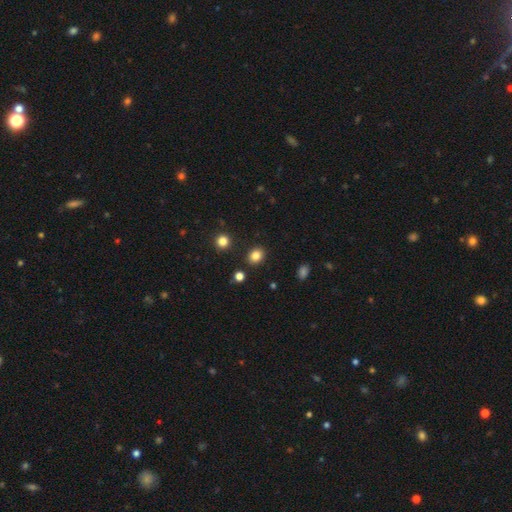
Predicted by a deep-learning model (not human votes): This is clearly a smooth galaxy (83%). How rounded: likely round (61%). Merging: clearly none (88%).